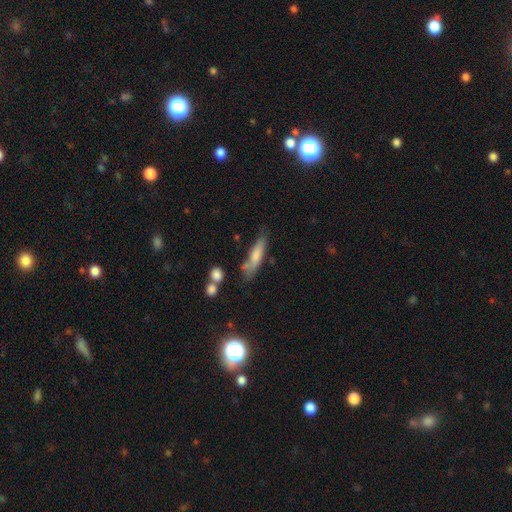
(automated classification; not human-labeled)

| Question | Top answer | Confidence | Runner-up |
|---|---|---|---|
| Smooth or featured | smooth | 70% | featured or disk (23%) |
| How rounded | cigar-shaped | 69% | in between (29%) |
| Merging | none | 56% | minor disturbance (25%) |